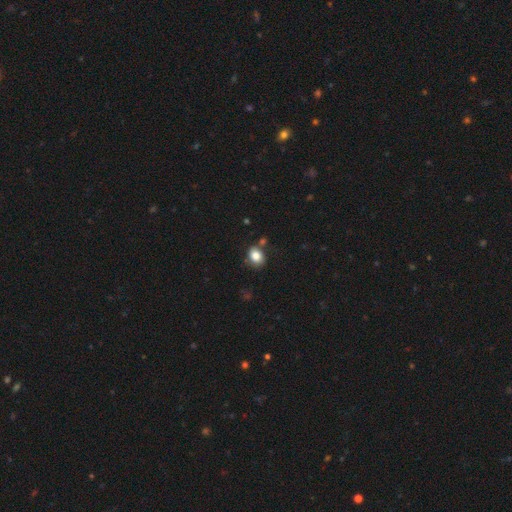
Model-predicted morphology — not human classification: A smooth galaxy with no disk features (84%) that is in between round and cigar-shaped (59%).

Vote fractions:
- Smooth or featured? smooth: 84% / star or artifact: 9% / featured or disk: 7%
- How rounded? in between: 59% / round: 40% / cigar-shaped: 1%
- Merging? none: 69% / minor disturbance: 18% / merger: 8% / major disturbance: 5%